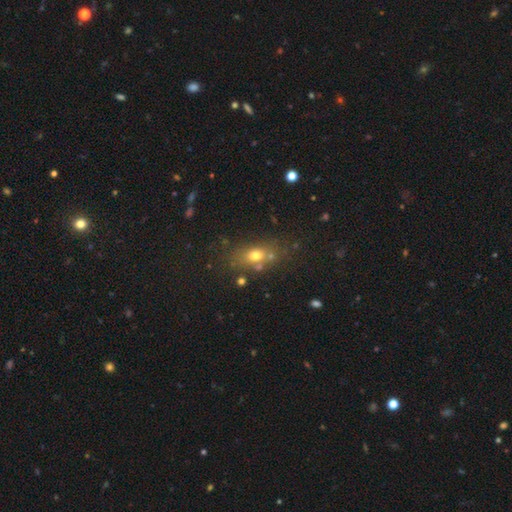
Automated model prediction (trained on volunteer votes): smooth_or_featured: smooth (p=0.65) [alt: featured or disk p=0.18]
how_rounded: in between (p=0.60) [alt: round p=0.32]
merging: none (p=0.64) [alt: merger p=0.15]